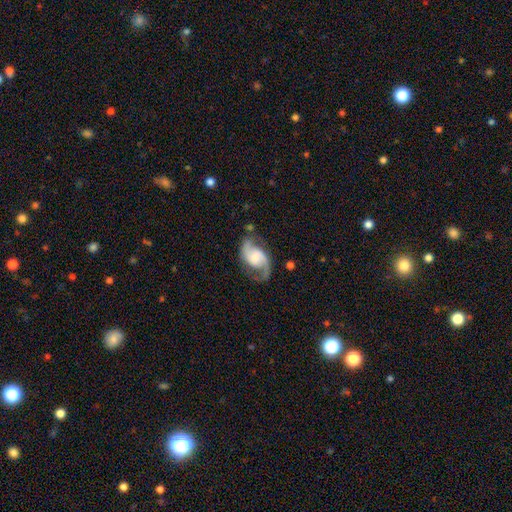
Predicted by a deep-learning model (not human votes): Smooth or featured?
  - featured or disk: 87% *
  - smooth: 8%
  - star or artifact: 5%
Edge-on disk?
  - no: 98% *
  - yes: 2%
Bar?
  - no: 48% *
  - weak: 41%
  - strong: 12%
Spiral arms?
  - yes: 97% *
  - no: 3%
Spiral winding?
  - medium: 47% *
  - loose: 41%
  - tight: 12%
Spiral arm count?
  - 2: 92% *
  - 1: 3%
  - can't tell: 2%
  - 3: 1%
  - 4: 1%
  - more than 4: 1%
Bulge size?
  - small: 38% *
  - moderate: 34%
  - none: 13%
  - large: 12%
  - dominant: 2%
Merging?
  - none: 71% *
  - minor disturbance: 17%
  - major disturbance: 9%
  - merger: 2%